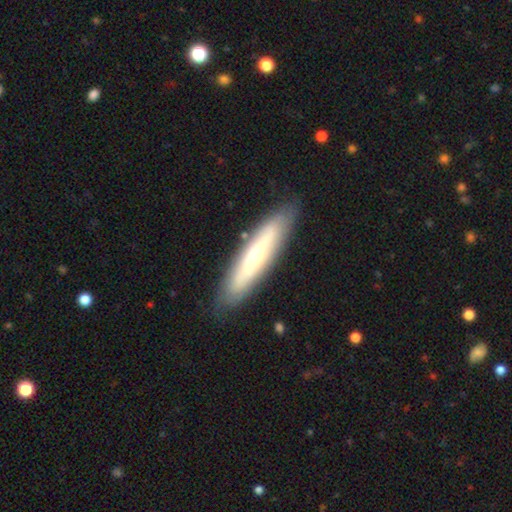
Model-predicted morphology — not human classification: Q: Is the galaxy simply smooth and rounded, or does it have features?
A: smooth — 48%.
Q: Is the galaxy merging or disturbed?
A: none — 85%.